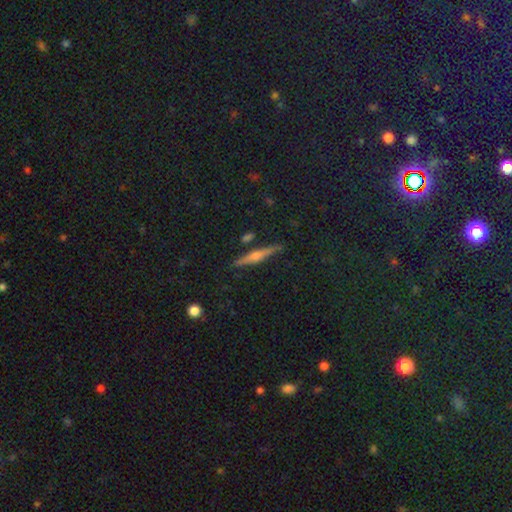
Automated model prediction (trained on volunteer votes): This is likely a featured or disk galaxy (66%). It is clearly viewed edge-on (97%). Edge-on bulge: clearly rounded (82%). Merging: clearly none (88%).